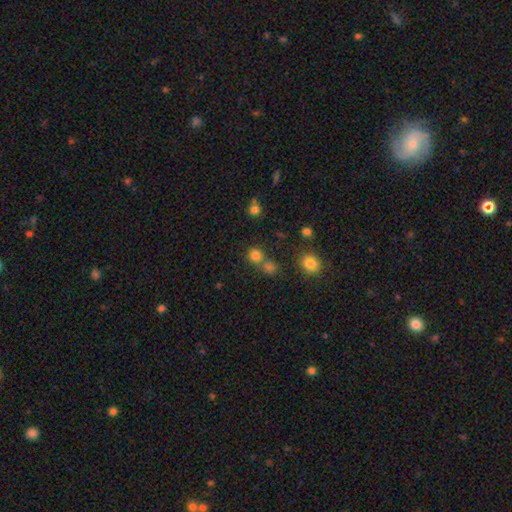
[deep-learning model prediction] smooth_or_featured: smooth (p=0.78) [alt: star or artifact p=0.17]
how_rounded: round (p=0.89) [alt: in between p=0.10]
merging: none (p=0.62) [alt: merger p=0.29]